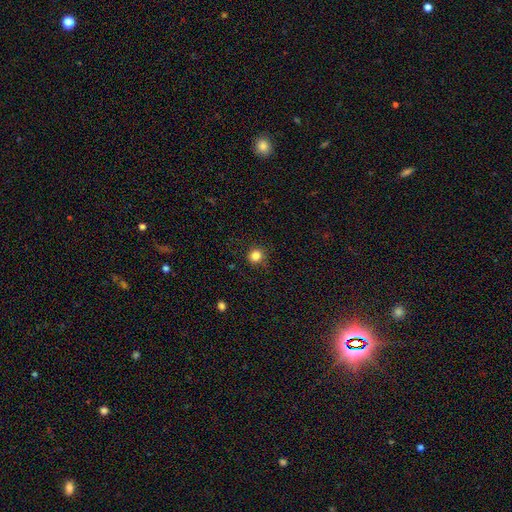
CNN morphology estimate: This is clearly a smooth galaxy (84%). How rounded: clearly round (92%). Merging: clearly none (87%).